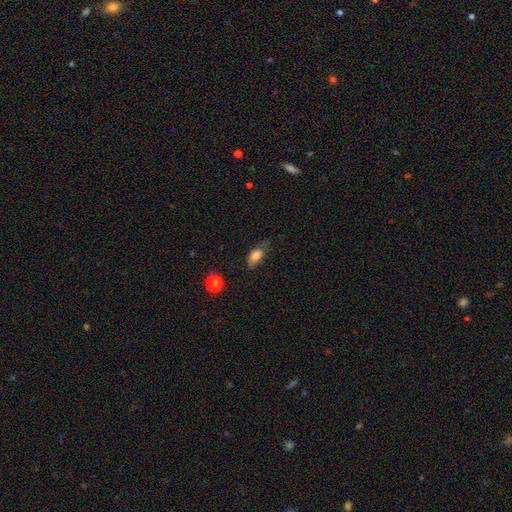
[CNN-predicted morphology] Smooth or featured: smooth — 80% (featured or disk — 11%)
How rounded: in between — 86% (cigar-shaped — 7%)
Merging: none — 56% (minor disturbance — 31%)